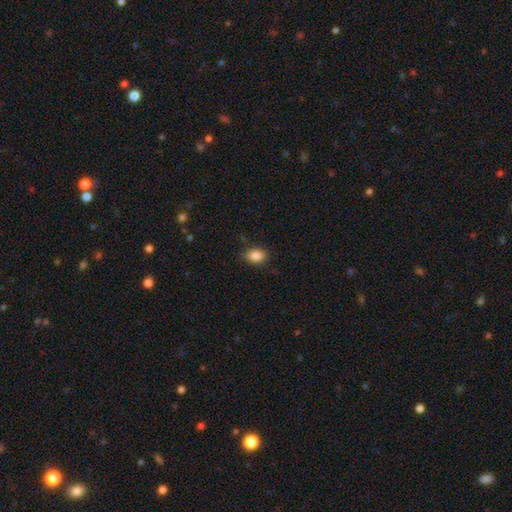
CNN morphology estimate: Smooth or featured? smooth (87%)
How rounded? in between (77%)
Merging? none (85%)